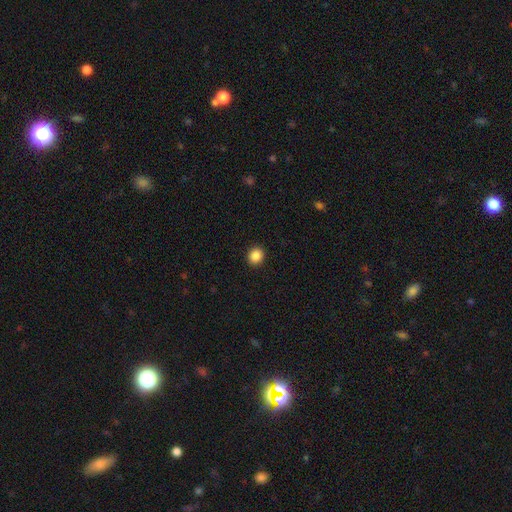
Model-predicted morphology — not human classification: type=smooth (87%); roundness=round (83%); merging=none (92%).